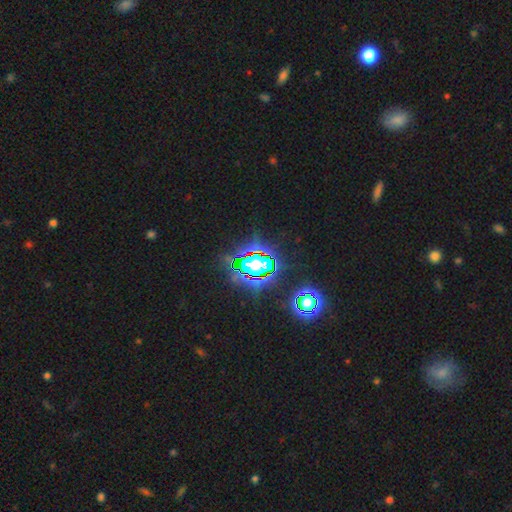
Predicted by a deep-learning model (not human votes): A star or artifact, not a galaxy (83%).